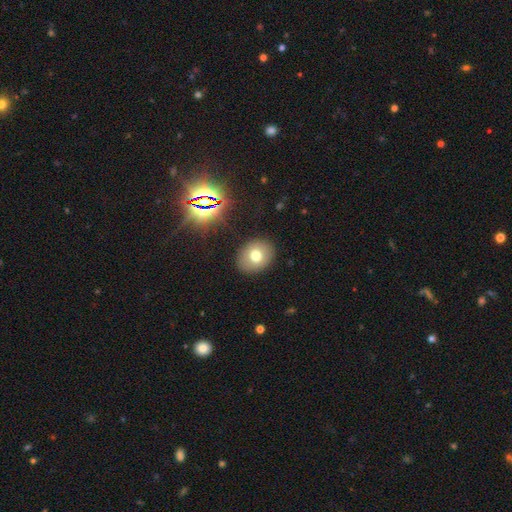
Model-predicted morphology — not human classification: smooth-or-featured: smooth: 71% | featured or disk: 16% | star or artifact: 13%
  how-rounded: in between: 50% | round: 49% | cigar-shaped: 1%
  merging: none: 87% | minor disturbance: 8% | major disturbance: 3% | merger: 1%